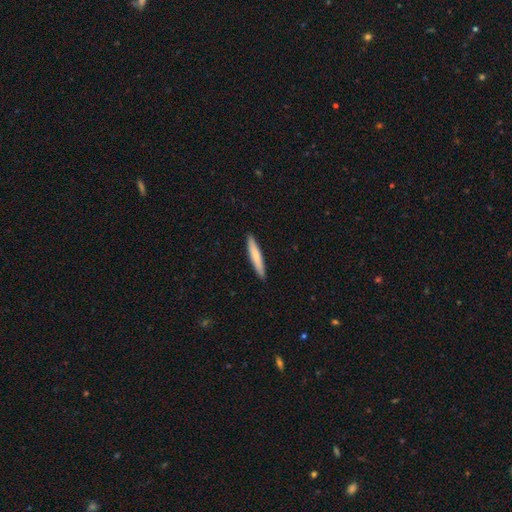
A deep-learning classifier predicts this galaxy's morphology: Overall: smooth (74%). How rounded: cigar-shaped (93%). Merging: none (91%).